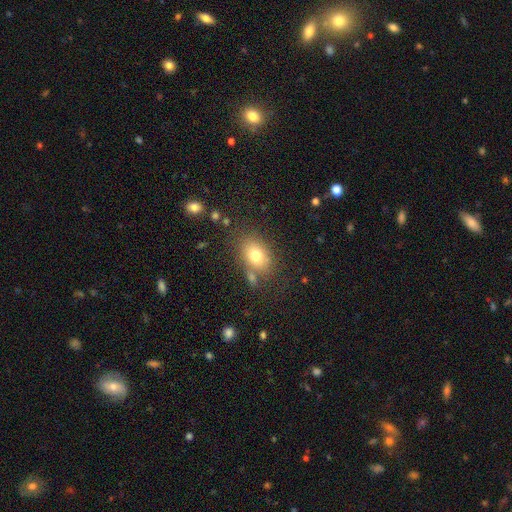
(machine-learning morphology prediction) smooth 75%, featured or disk 14%, star or artifact 10%. Down the decision tree: how rounded — in between (76%); merging — none (69%).